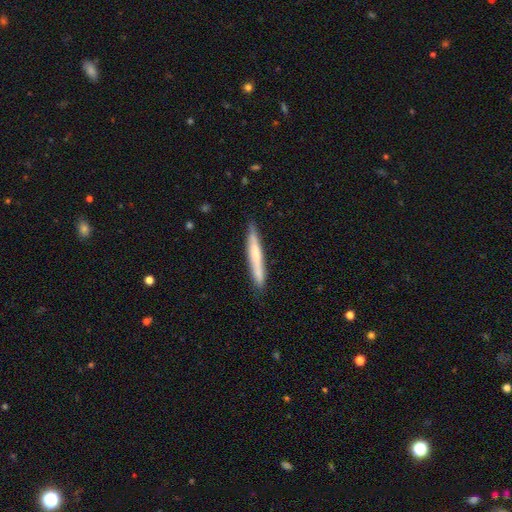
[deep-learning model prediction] This appears to be a smooth galaxy with no disk features (57%) that is cigar-shaped (95%). Merging: none (85%).